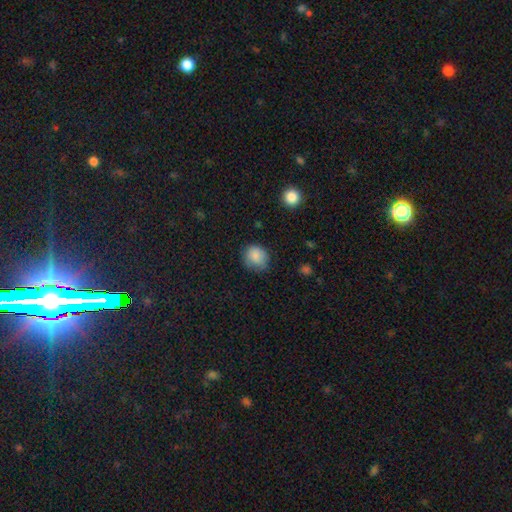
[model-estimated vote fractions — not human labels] Morphology: type=smooth (86%); roundness=round (78%); merging=none (70%).